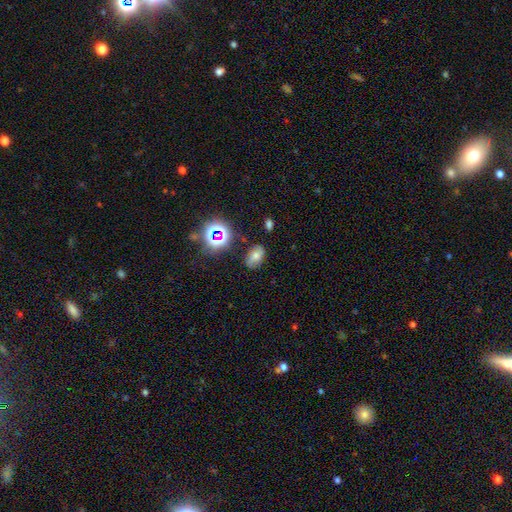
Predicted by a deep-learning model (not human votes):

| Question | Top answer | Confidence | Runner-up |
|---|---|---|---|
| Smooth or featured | smooth | 47% | featured or disk (27%) |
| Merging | none | 78% | minor disturbance (15%) |